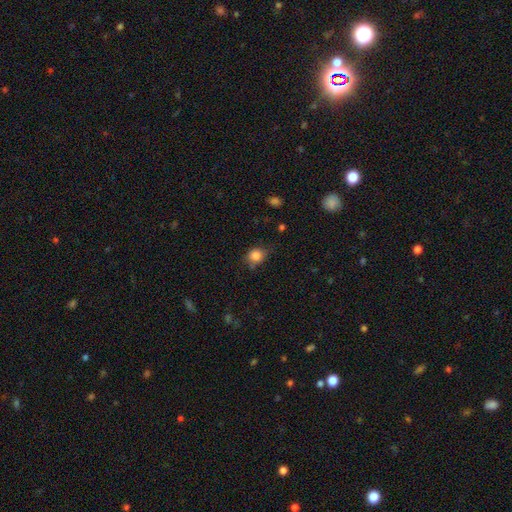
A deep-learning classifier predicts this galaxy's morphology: The model was most divided on "merging": none: 64%, minor disturbance: 28%, major disturbance: 6%, merger: 2%. More confident: smooth or featured — smooth (83%); how rounded — round (70%).